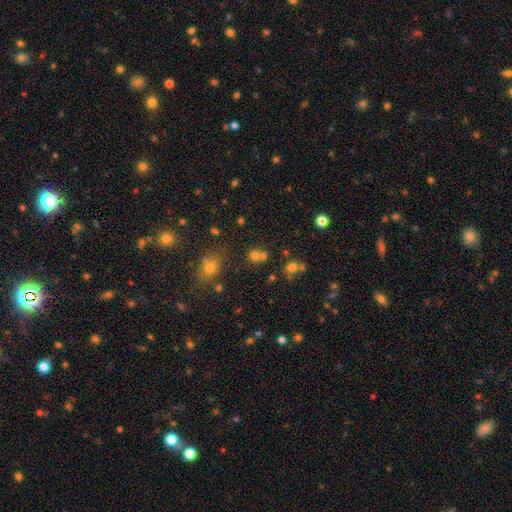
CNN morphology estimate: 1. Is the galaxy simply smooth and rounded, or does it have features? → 67% smooth, 22% star or artifact, 11% featured or disk.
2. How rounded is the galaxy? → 82% round, 17% in between, 1% cigar-shaped.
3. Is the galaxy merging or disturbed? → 55% none, 32% merger, 9% minor disturbance, 4% major disturbance.